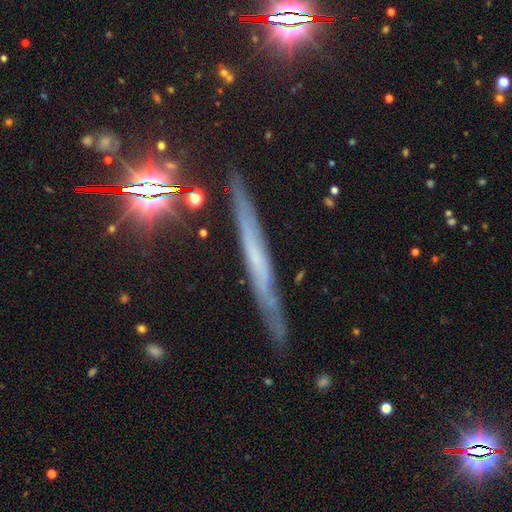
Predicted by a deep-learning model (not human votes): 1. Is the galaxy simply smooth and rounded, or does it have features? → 56% featured or disk, 27% smooth, 17% star or artifact.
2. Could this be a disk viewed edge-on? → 92% yes, 8% no.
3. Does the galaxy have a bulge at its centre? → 83% none, 11% rounded, 6% boxy.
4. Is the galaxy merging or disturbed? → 84% none, 12% minor disturbance, 2% major disturbance, 2% merger.